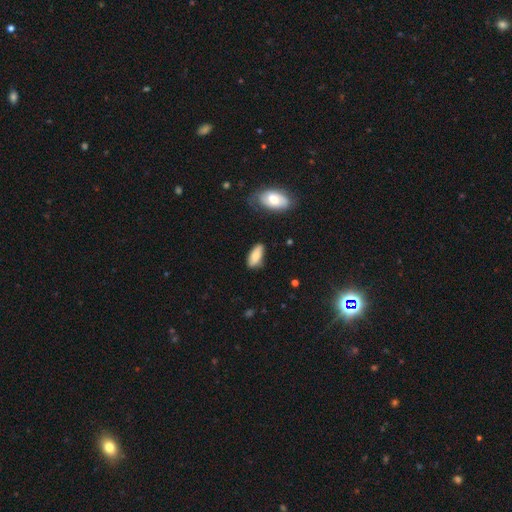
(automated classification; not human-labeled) smooth 81%, featured or disk 12%, star or artifact 7%. Down the decision tree: how rounded — in between (84%); merging — none (74%).